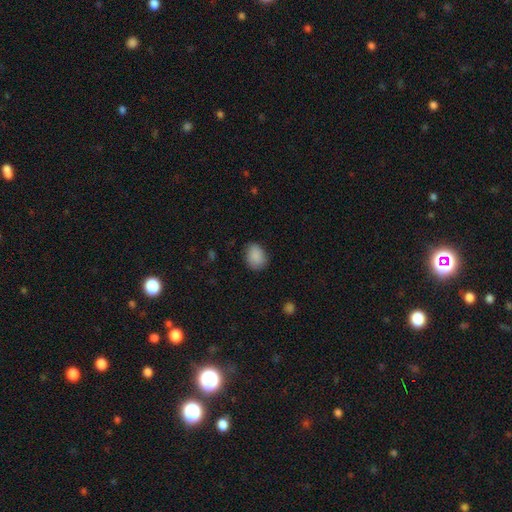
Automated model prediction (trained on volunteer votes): This appears to be a smooth galaxy with no disk features (88%) that is in between round and cigar-shaped (60%). Merging: none (77%).